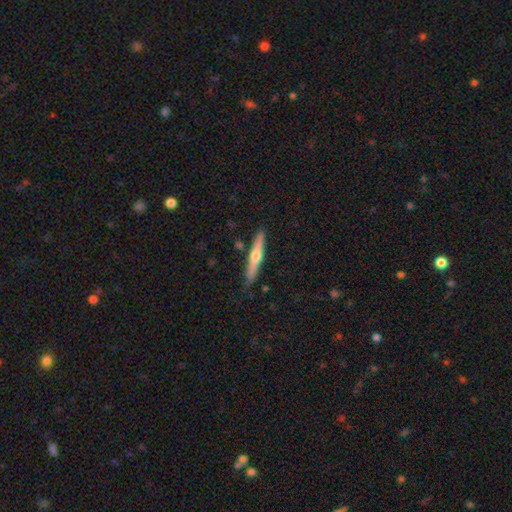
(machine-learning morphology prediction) A featured or disk galaxy (55%) viewed edge-on (96%) with a rounded central bulge (87%).

Vote fractions:
- Smooth or featured? featured or disk: 55% / smooth: 39% / star or artifact: 6%
- Edge-on disk? yes: 96% / no: 4%
- Edge-on bulge? rounded: 87% / none: 9% / boxy: 3%
- Merging? none: 84% / minor disturbance: 12% / merger: 2% / major disturbance: 2%